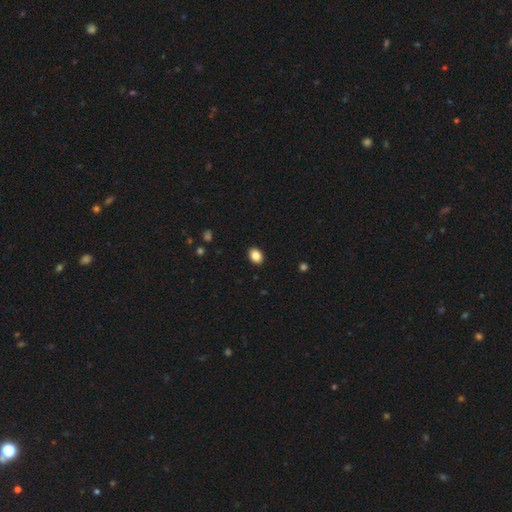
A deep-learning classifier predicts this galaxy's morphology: Q: Smooth or featured?
A: smooth (86%); runner-up: star or artifact (9%)
Q: How rounded?
A: in between (72%); runner-up: round (27%)
Q: Merging?
A: none (91%); runner-up: minor disturbance (7%)